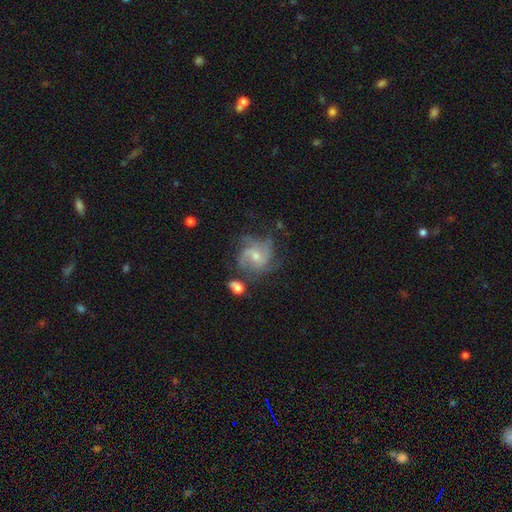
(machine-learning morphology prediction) Overall: featured or disk (76%). Edge-on disk: no (98%). Bar: no (48%; weak 44%). Spiral arms: yes (91%). Spiral arm count: 3 (34%; can't tell 26%). Spiral winding: medium (47%; tight 29%). Bulge size: small (50%; moderate 42%). Merging: none (58%; minor disturbance 20%).